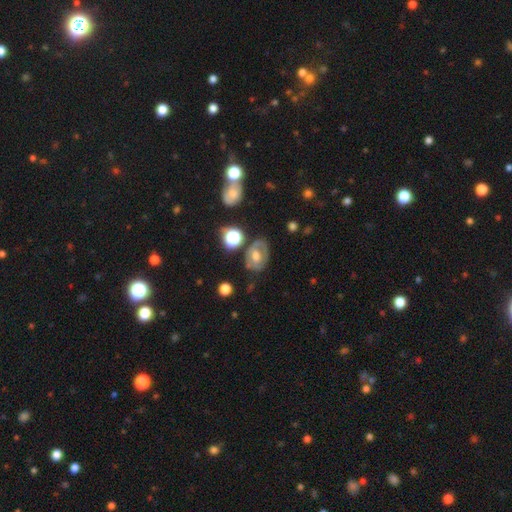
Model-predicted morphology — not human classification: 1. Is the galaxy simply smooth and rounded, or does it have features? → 48% featured or disk, 41% smooth, 10% star or artifact.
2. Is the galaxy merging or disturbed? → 62% none, 22% minor disturbance, 10% major disturbance, 6% merger.